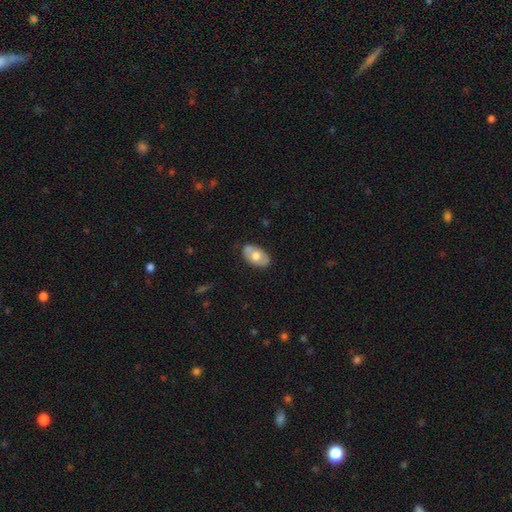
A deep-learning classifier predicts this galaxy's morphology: The model was most divided on "smooth or featured": smooth: 62%, featured or disk: 32%, star or artifact: 6%. More confident: how rounded — in between (92%); merging — none (79%).